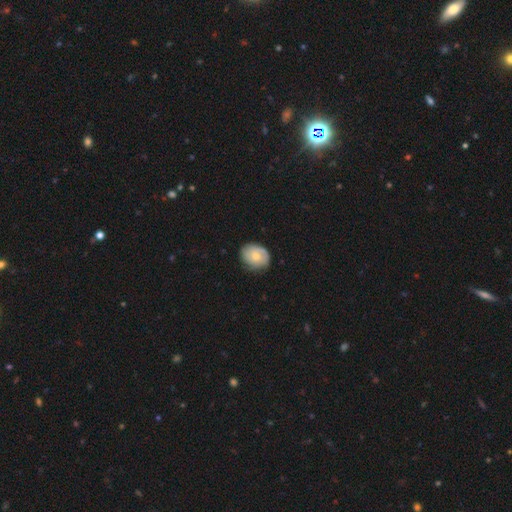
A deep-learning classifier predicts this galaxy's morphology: A smooth galaxy with no disk features (53%) that is round (59%). Merging: none (74%).